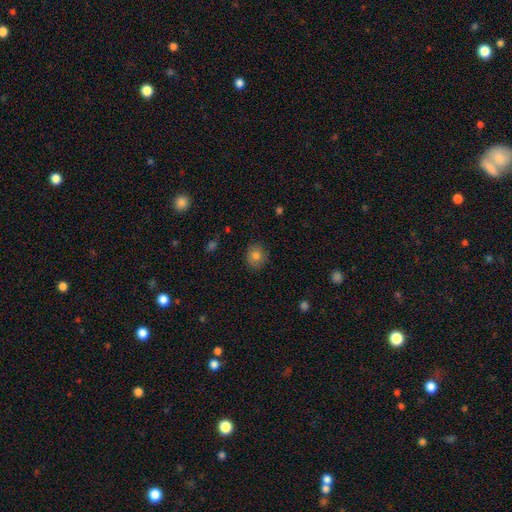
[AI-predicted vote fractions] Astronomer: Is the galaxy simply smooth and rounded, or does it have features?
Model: smooth — 79%.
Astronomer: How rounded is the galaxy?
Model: round — 72%.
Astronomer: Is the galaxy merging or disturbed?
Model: none — 85%.